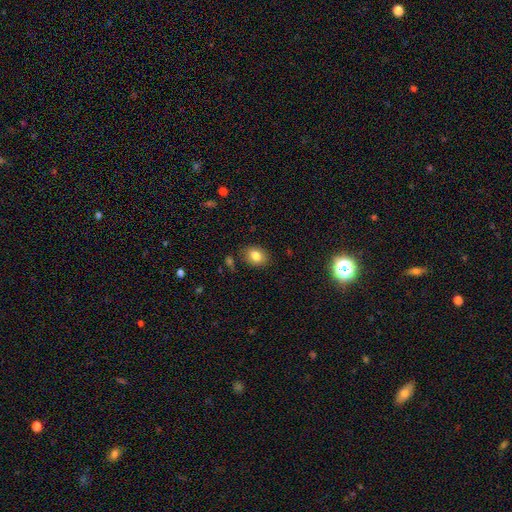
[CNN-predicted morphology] Overall: smooth (82%). How rounded: in between (60%; round 39%). Merging: none (84%).